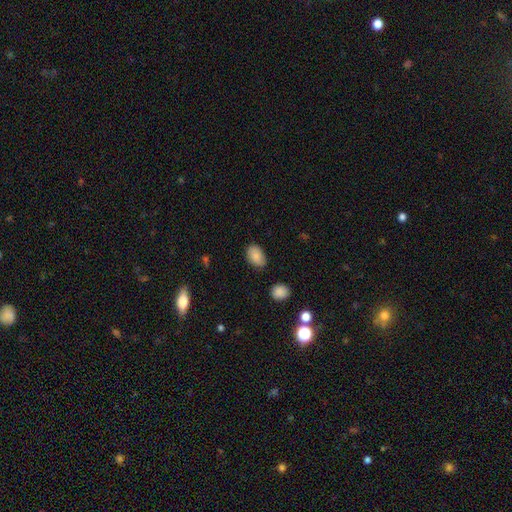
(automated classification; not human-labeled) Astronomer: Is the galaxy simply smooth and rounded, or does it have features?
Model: smooth — 86%.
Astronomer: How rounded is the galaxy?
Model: in between — 86%.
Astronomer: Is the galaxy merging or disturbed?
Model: none — 78%.